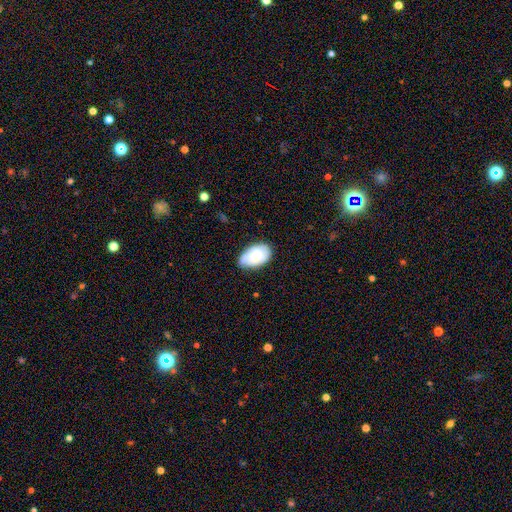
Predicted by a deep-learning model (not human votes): Smooth or featured? Predicted: smooth (p=0.57). How rounded? Predicted: in between (p=0.91). Merging? Predicted: none (p=0.71).